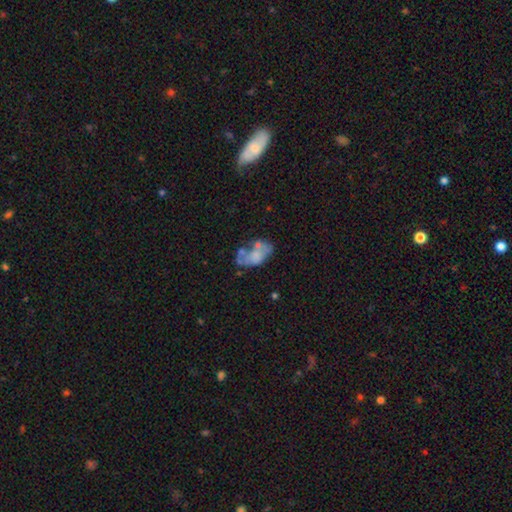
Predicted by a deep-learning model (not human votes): smooth-or-featured: featured or disk: 48% | smooth: 43% | star or artifact: 9%
  merging: none: 30% | merger: 25% | major disturbance: 23% | minor disturbance: 22%